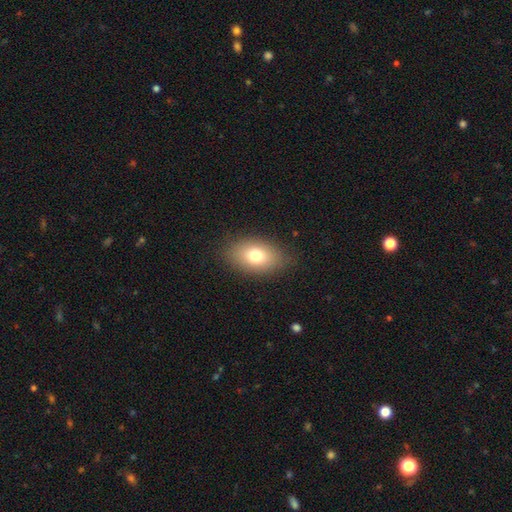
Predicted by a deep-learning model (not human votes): smooth 76%, featured or disk 14%, star or artifact 10%. Down the decision tree: how rounded — in between (84%); merging — none (84%).